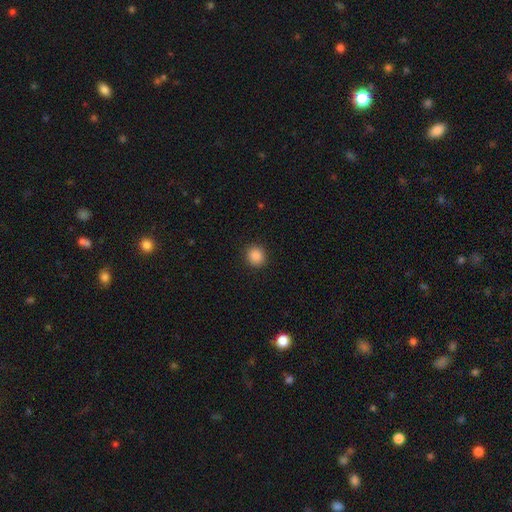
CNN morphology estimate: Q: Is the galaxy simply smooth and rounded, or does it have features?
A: smooth — 88%.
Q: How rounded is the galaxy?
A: round — 87%.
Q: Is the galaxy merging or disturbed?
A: none — 92%.